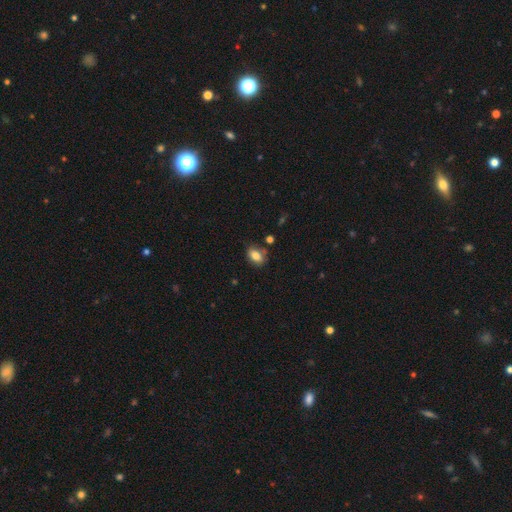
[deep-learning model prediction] smooth_or_featured: smooth (p=0.80) [alt: featured or disk p=0.11]
how_rounded: in between (p=0.83) [alt: round p=0.15]
merging: none (p=0.71) [alt: minor disturbance p=0.18]